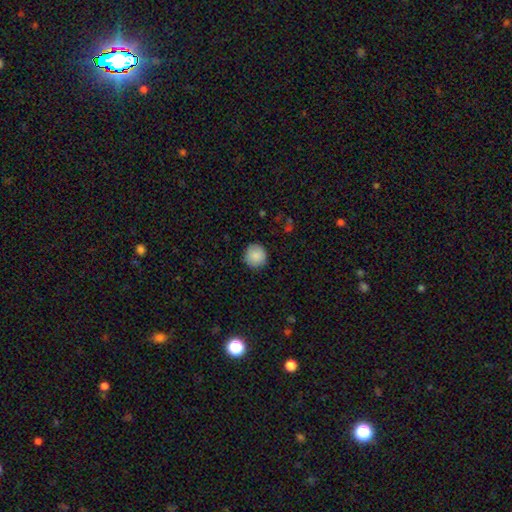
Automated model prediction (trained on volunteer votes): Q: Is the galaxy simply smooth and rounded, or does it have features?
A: smooth — 88%.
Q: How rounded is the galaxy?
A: round — 95%.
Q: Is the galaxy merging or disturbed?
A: none — 88%.